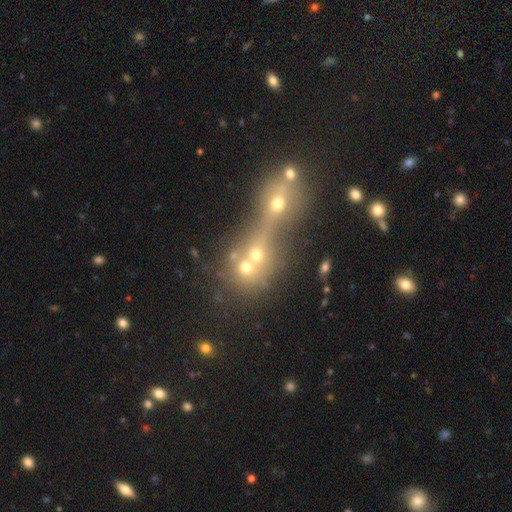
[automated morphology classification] smooth-or-featured: smooth: 52% | star or artifact: 25% | featured or disk: 23%
  how-rounded: round: 71% | in between: 26% | cigar-shaped: 3%
  merging: merger: 68% | none: 22% | minor disturbance: 5% | major disturbance: 5%